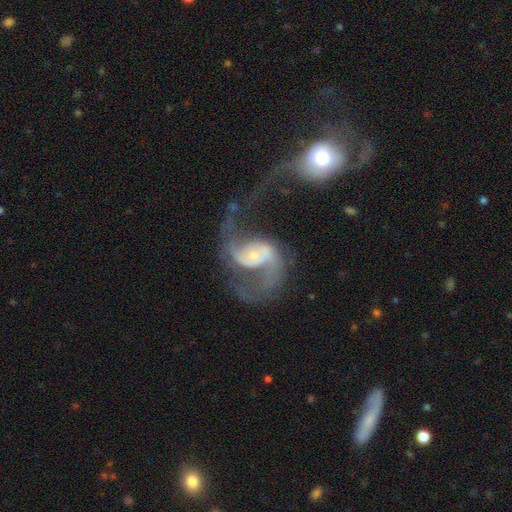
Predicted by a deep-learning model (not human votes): A featured or disk galaxy (87%) with no bar (58%), 2 (83%) loose (55%) spiral arms (94%) and a small central bulge (62%).

Vote fractions:
- Smooth or featured? featured or disk: 87% / smooth: 7% / star or artifact: 6%
- Edge-on disk? no: 98% / yes: 2%
- Bar? no: 58% / weak: 32% / strong: 10%
- Spiral arms? yes: 94% / no: 6%
- Spiral winding? loose: 55% / medium: 36% / tight: 9%
- Spiral arm count? 2: 83% / 1: 7% / can't tell: 5% / 3: 3% / 4: 2% / more than 4: 2%
- Bulge size? small: 62% / moderate: 27% / none: 5% / large: 4% / dominant: 2%
- Merging? major disturbance: 40% / none: 29% / merger: 19% / minor disturbance: 12%